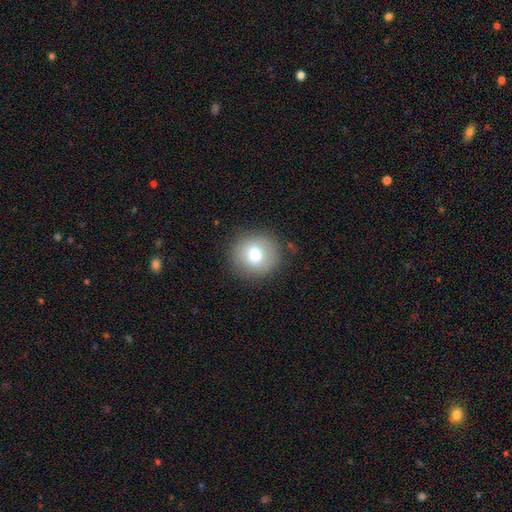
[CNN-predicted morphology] This is likely a smooth galaxy (74%). How rounded: clearly round (86%). Merging: clearly none (84%).